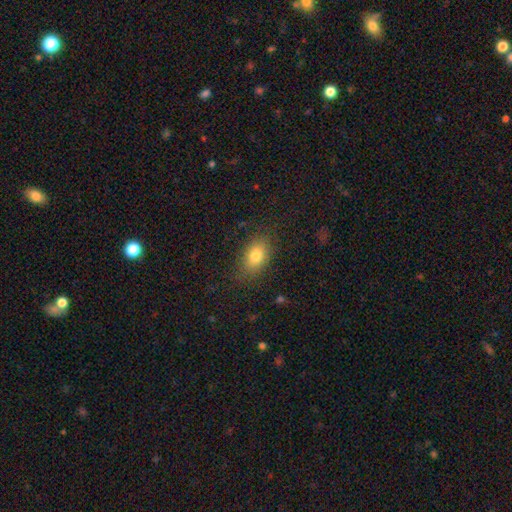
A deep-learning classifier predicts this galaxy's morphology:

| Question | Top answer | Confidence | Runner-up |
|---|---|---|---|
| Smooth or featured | smooth | 80% | featured or disk (10%) |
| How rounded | in between | 85% | round (12%) |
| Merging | none | 82% | minor disturbance (12%) |